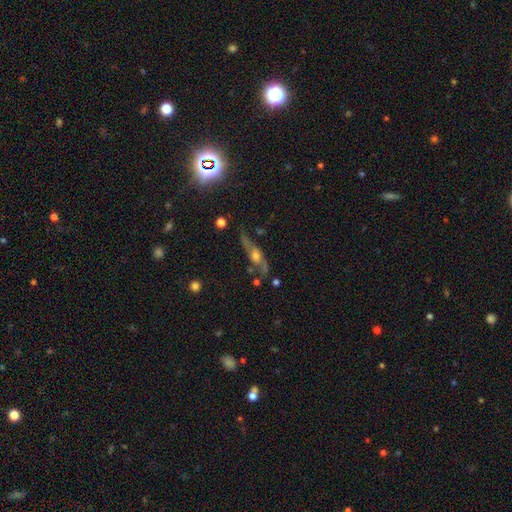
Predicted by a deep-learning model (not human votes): This is likely a featured or disk galaxy (68%). It is possibly viewed edge-on (51%). Merging: possibly none (55%).